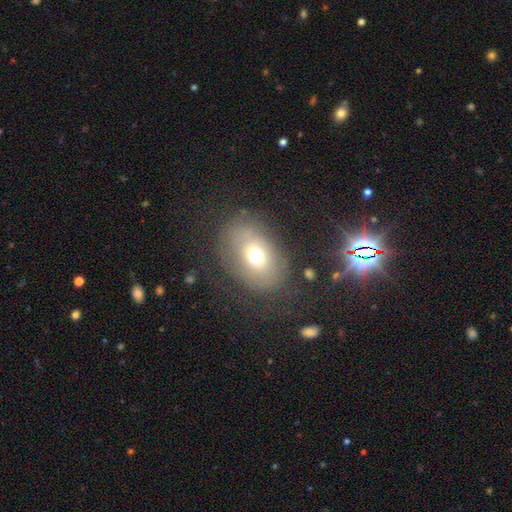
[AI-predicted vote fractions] smooth_or_featured: smooth (p=0.62) [alt: featured or disk p=0.24]
how_rounded: in between (p=0.66) [alt: round p=0.33]
merging: none (p=0.63) [alt: minor disturbance p=0.18]